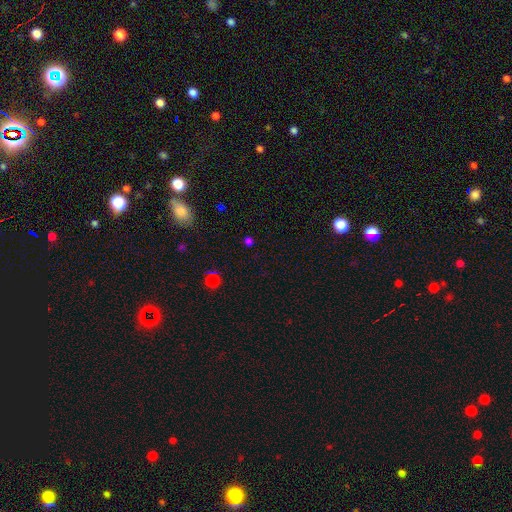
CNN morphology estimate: A star or artifact, not a galaxy (47%).